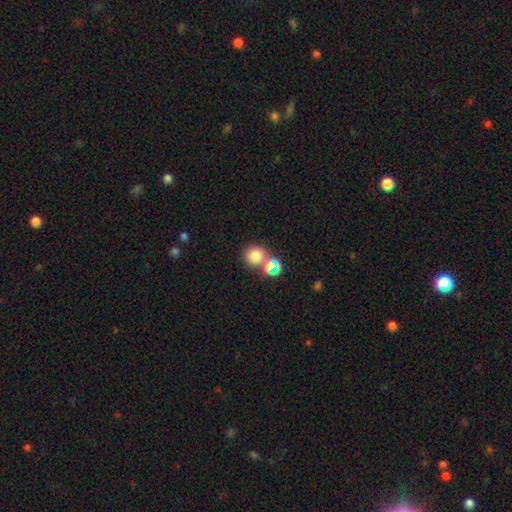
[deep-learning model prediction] Q: Smooth or featured?
A: smooth (76%); runner-up: star or artifact (18%)
Q: How rounded?
A: round (86%); runner-up: in between (13%)
Q: Merging?
A: none (62%); runner-up: merger (27%)